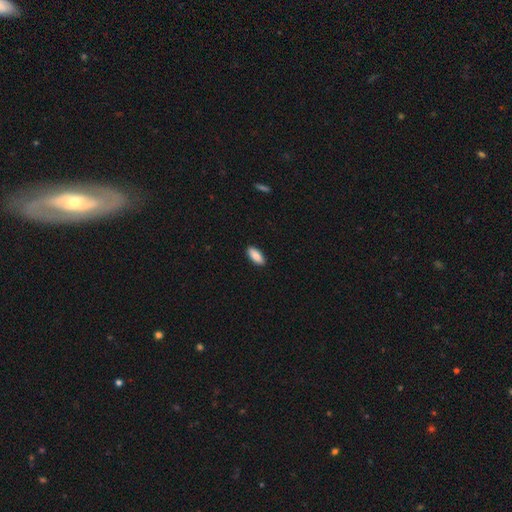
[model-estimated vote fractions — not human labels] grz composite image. It shows a smooth galaxy with no disk features (88%) that is in between round and cigar-shaped (80%). Merging: none (90%).